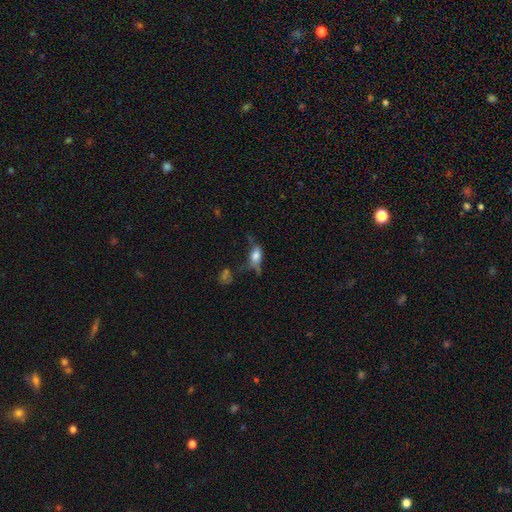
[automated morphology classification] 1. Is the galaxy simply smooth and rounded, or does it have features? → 60% smooth, 28% featured or disk, 11% star or artifact.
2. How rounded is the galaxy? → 80% in between, 14% cigar-shaped, 7% round.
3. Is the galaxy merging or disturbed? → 37% none, 28% major disturbance, 27% minor disturbance, 9% merger.